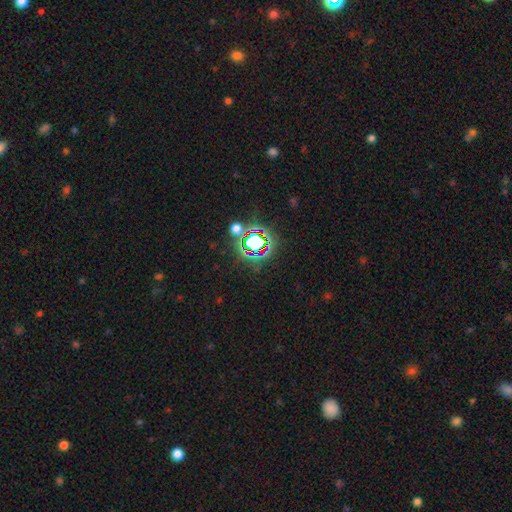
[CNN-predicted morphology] Smooth or featured? star or artifact (79%)